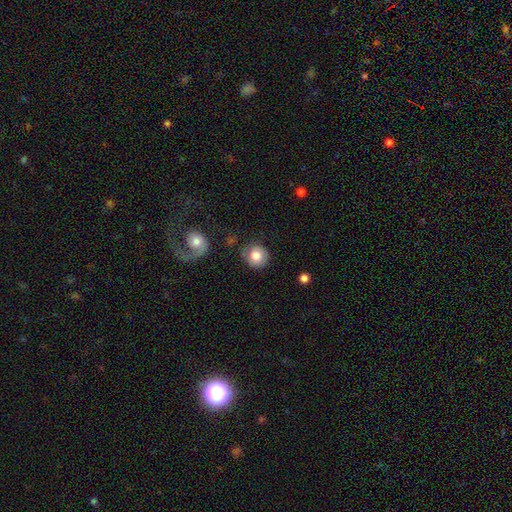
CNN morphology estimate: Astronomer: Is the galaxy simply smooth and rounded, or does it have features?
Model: smooth — 77%.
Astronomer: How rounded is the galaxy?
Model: round — 90%.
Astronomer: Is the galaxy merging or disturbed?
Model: none — 77%.